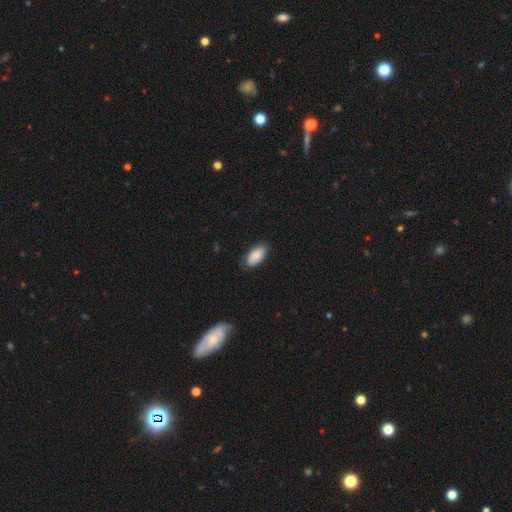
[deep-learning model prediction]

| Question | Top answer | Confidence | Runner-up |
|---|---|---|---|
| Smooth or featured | smooth | 88% | star or artifact (6%) |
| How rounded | in between | 92% | cigar-shaped (6%) |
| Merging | none | 79% | minor disturbance (17%) |